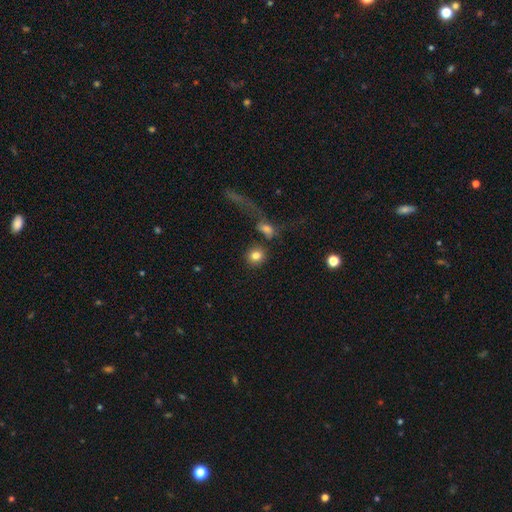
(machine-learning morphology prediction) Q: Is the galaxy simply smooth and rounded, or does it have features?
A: smooth — 82%.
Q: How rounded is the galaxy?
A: round — 85%.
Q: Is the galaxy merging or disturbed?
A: none — 75%.